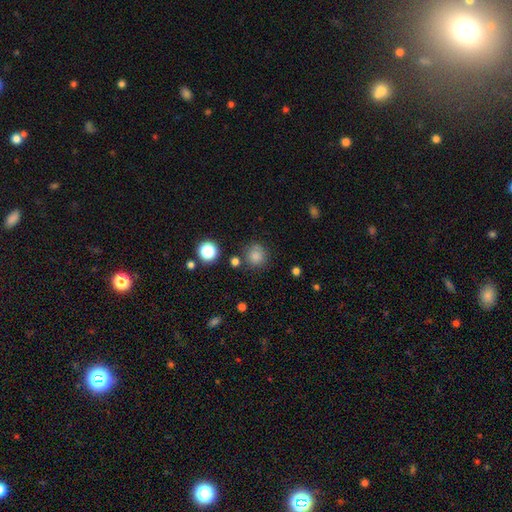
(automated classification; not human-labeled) The model was most divided on "smooth or featured": smooth: 81%, star or artifact: 14%, featured or disk: 5%. More confident: how rounded — round (92%); merging — none (79%).